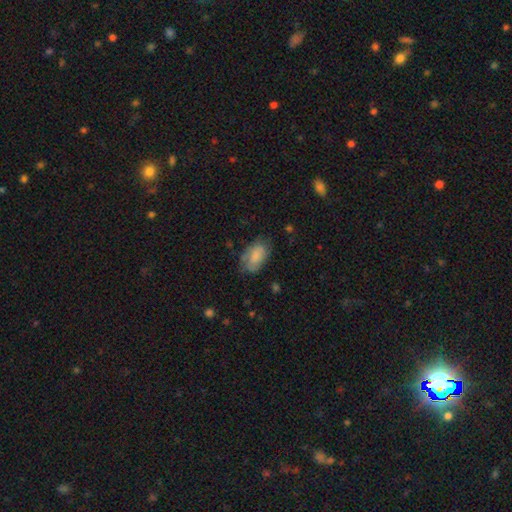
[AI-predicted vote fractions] Smooth or featured?
  - smooth: 73% *
  - featured or disk: 20%
  - star or artifact: 7%
How rounded?
  - in between: 92% *
  - round: 7%
  - cigar-shaped: 2%
Merging?
  - none: 63% *
  - minor disturbance: 26%
  - major disturbance: 9%
  - merger: 2%